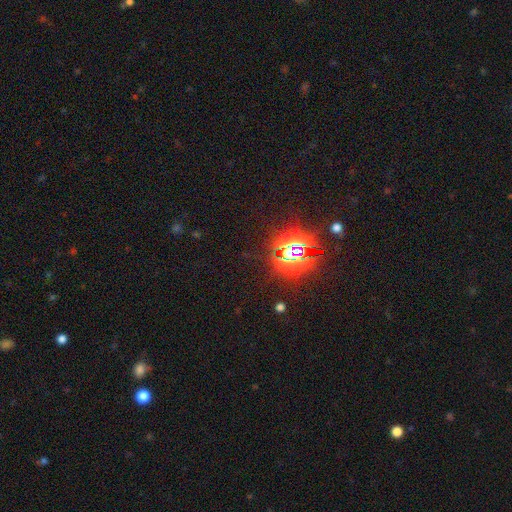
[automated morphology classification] Smooth or featured? Predicted: star or artifact (p=0.82).